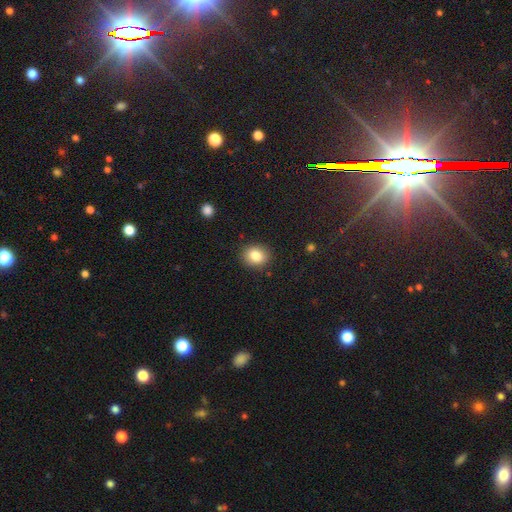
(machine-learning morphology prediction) A smooth galaxy with no disk features (82%) that is round (65%).

Vote fractions:
- Smooth or featured? smooth: 82% / star or artifact: 10% / featured or disk: 8%
- How rounded? round: 65% / in between: 34% / cigar-shaped: 1%
- Merging? none: 88% / minor disturbance: 8% / major disturbance: 2% / merger: 1%